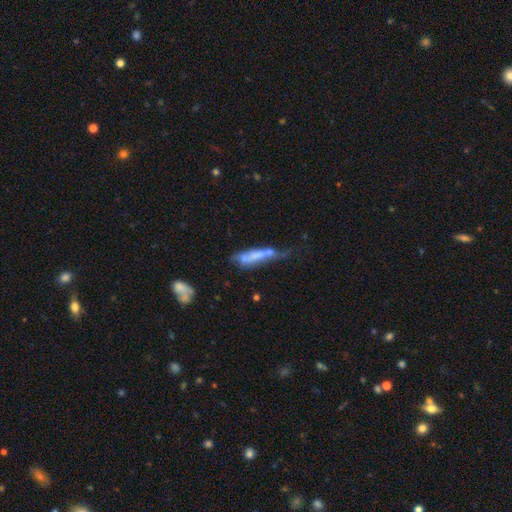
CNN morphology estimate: smooth_or_featured: smooth (p=0.49) [alt: featured or disk p=0.40]
merging: major disturbance (p=0.27) [alt: merger p=0.26]